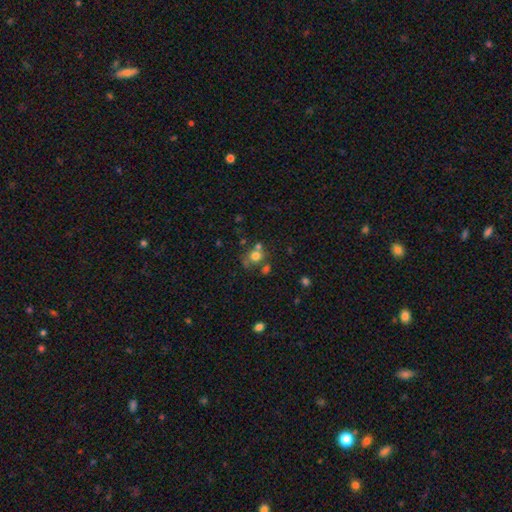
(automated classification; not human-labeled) Overall: smooth (69%). How rounded: round (77%). Merging: none (47%; merger 32%).